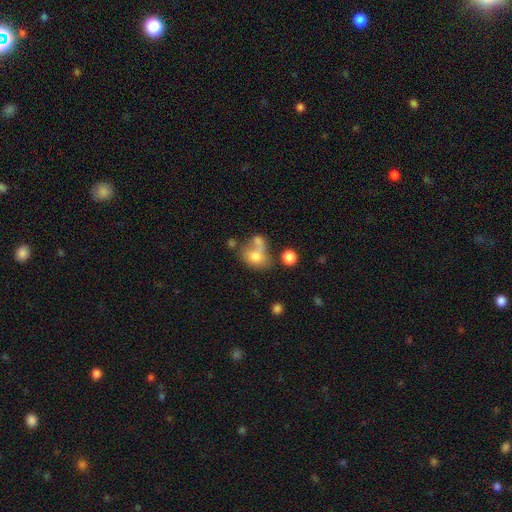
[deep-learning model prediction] A smooth galaxy with no disk features (68%) that is in between round and cigar-shaped (55%). Merging: merger (46%).